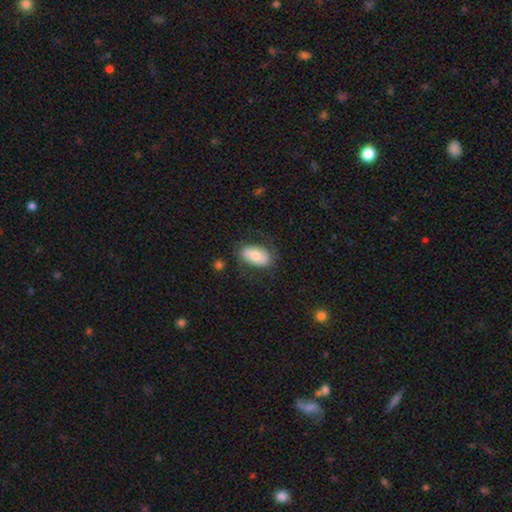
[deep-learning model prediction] Morphology: type=smooth (61%); roundness=in between (90%); merging=none (72%).